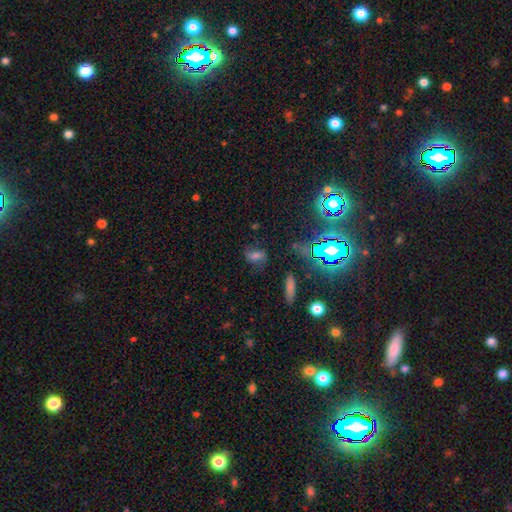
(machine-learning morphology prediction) The model was most divided on "smooth or featured": smooth: 46%, featured or disk: 29%, star or artifact: 24%. More confident: merging — none (66%).